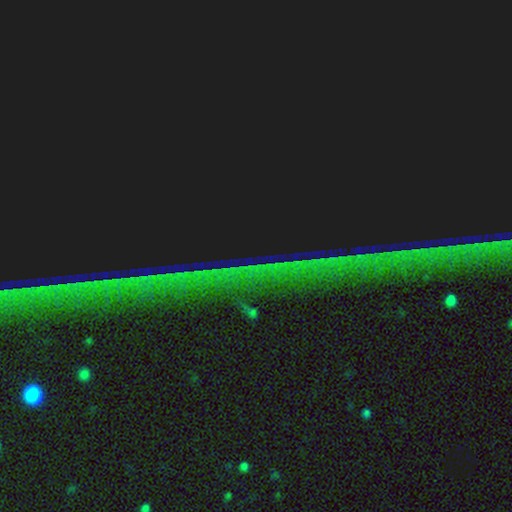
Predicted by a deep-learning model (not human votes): This appears to be a star or artifact, not a galaxy (85%).